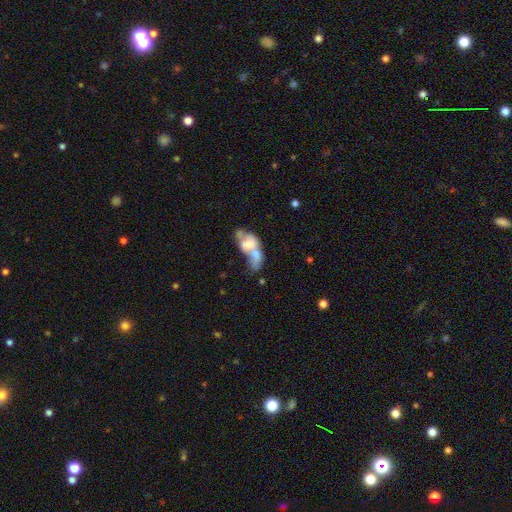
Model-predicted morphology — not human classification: This appears to be a featured or disk galaxy (46%). Merging: merger (70%).